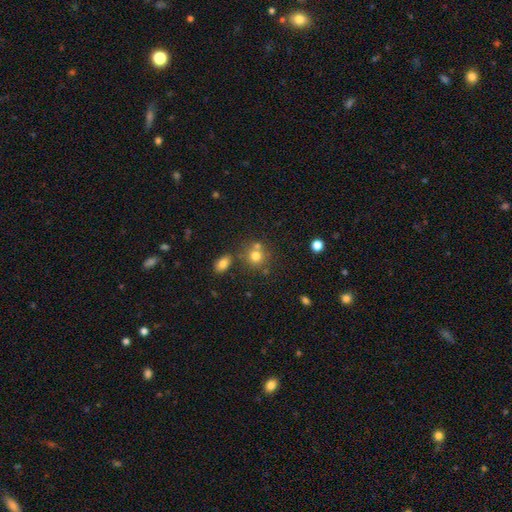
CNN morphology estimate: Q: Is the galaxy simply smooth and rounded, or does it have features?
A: smooth — 75%.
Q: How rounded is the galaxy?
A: round — 85%.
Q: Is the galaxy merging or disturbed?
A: none — 61%.